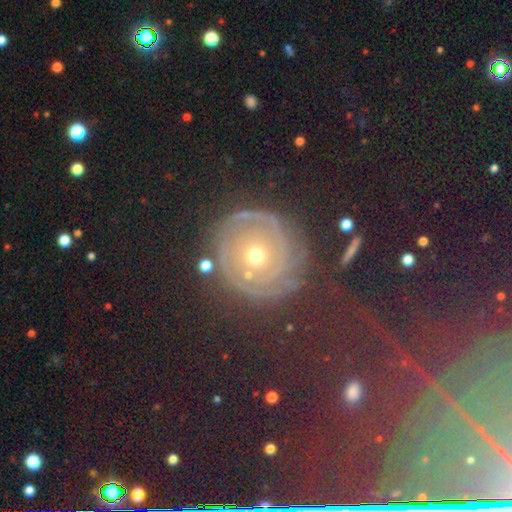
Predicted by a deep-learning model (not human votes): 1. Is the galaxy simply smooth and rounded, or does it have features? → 40% star or artifact, 38% featured or disk, 21% smooth.